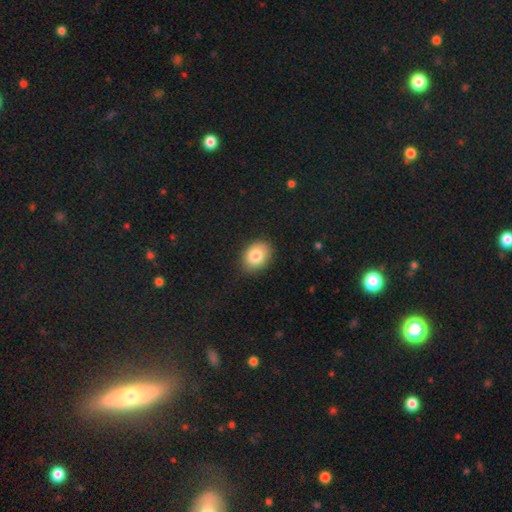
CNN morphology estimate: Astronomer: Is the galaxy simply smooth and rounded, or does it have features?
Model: smooth — 82%.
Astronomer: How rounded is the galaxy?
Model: in between — 60% (runner-up: round, 39%).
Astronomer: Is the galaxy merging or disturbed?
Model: none — 84%.